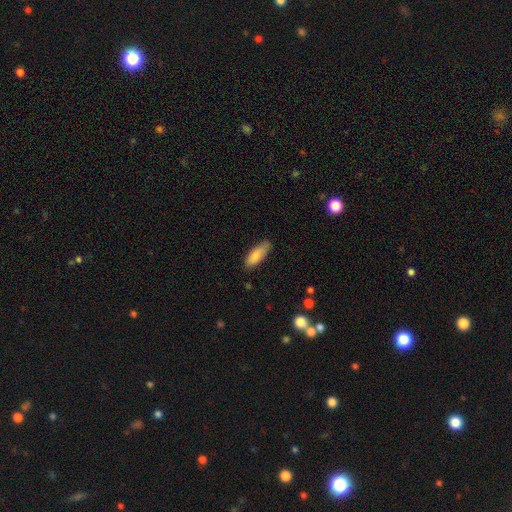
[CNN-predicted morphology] A smooth galaxy with no disk features (83%) that is in between round and cigar-shaped (70%).

Vote fractions:
- Smooth or featured? smooth: 83% / featured or disk: 11% / star or artifact: 6%
- How rounded? in between: 70% / cigar-shaped: 29% / round: 2%
- Merging? none: 74% / minor disturbance: 22% / major disturbance: 3% / merger: 1%